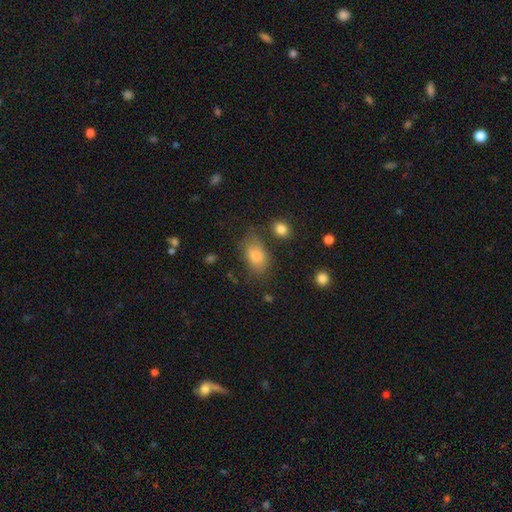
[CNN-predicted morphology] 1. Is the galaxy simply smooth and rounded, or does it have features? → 80% smooth, 10% star or artifact, 9% featured or disk.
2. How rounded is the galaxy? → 86% in between, 11% round, 2% cigar-shaped.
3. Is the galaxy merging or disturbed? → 69% none, 19% minor disturbance, 7% major disturbance, 5% merger.